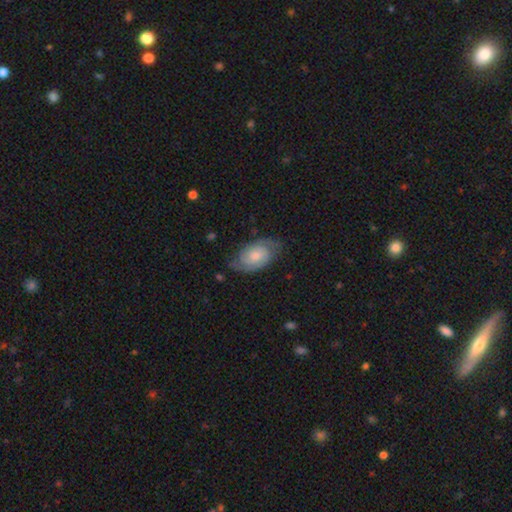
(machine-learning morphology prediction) Smooth or featured? Predicted: featured or disk (p=0.65). Edge-on disk? Predicted: no (p=0.96). Bar? Predicted: no (p=0.70). Spiral arms? Predicted: yes (p=0.91). Spiral winding? Predicted: tight (p=0.50). Spiral arm count? Predicted: 2 (p=0.74). Bulge size? Predicted: small (p=0.47). Merging? Predicted: none (p=0.69).